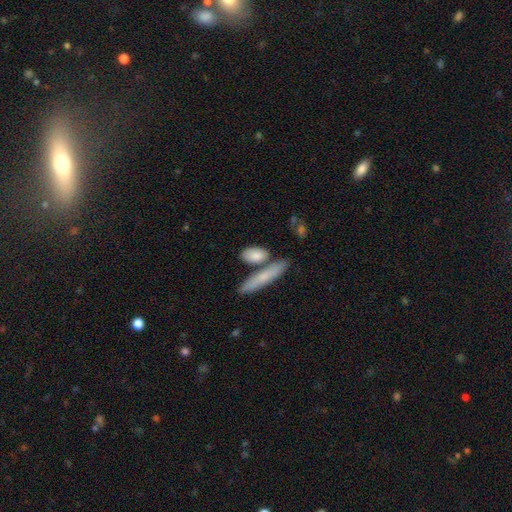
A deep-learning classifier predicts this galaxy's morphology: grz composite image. It shows a smooth galaxy with no disk features (79%) that is in between round and cigar-shaped (57%). Merging: none (64%).